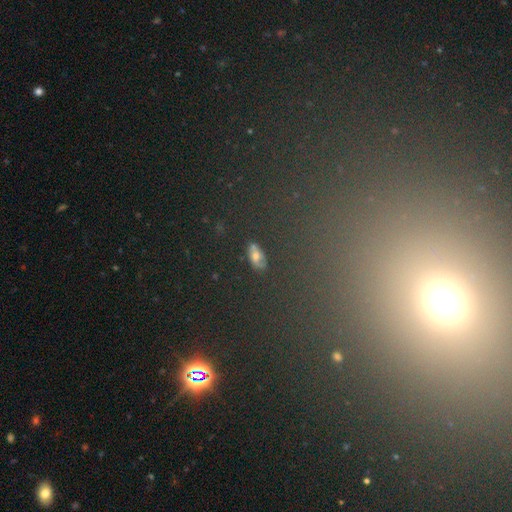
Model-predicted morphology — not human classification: Q: Smooth or featured?
A: smooth (51%); runner-up: star or artifact (26%)
Q: How rounded?
A: in between (82%); runner-up: round (9%)
Q: Merging?
A: none (77%); runner-up: minor disturbance (14%)